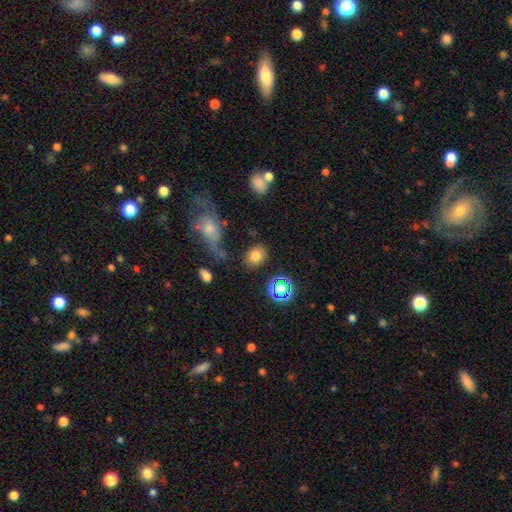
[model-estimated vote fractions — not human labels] A smooth galaxy with no disk features (77%) that is in between round and cigar-shaped (57%). Merging: none (78%).